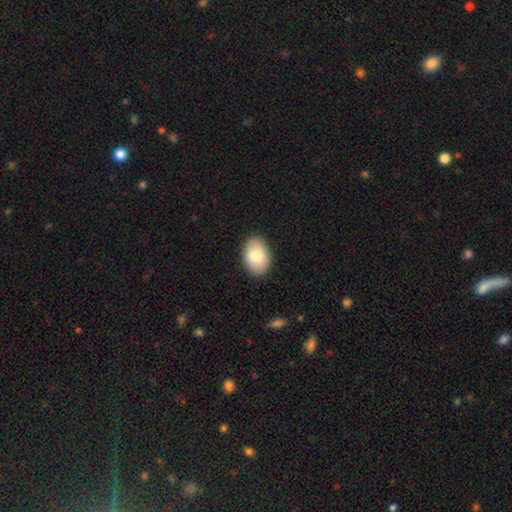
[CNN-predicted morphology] smooth_or_featured: smooth (p=0.80) [alt: featured or disk p=0.14]
how_rounded: in between (p=0.85) [alt: round p=0.14]
merging: none (p=0.88) [alt: minor disturbance p=0.09]